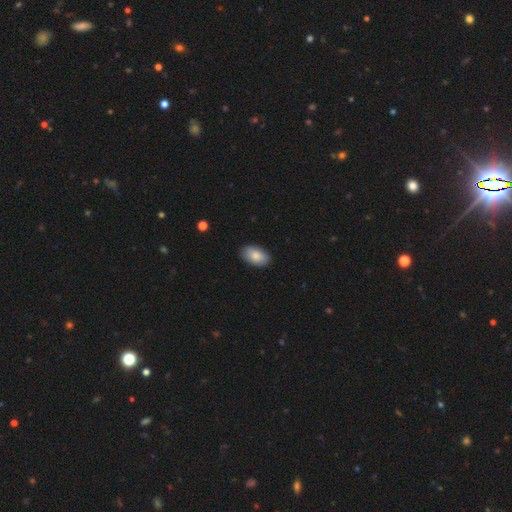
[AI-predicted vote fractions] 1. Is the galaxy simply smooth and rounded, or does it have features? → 85% smooth, 8% featured or disk, 6% star or artifact.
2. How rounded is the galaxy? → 94% in between, 5% round, 1% cigar-shaped.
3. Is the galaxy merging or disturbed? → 88% none, 9% minor disturbance, 2% major disturbance, 1% merger.